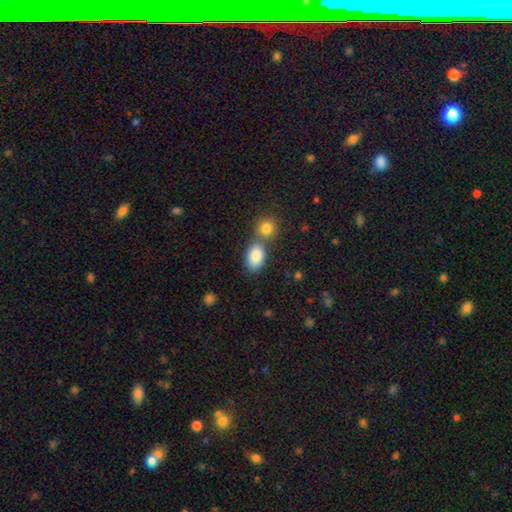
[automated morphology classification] type=smooth (86%); roundness=in between (87%); merging=none (47%).